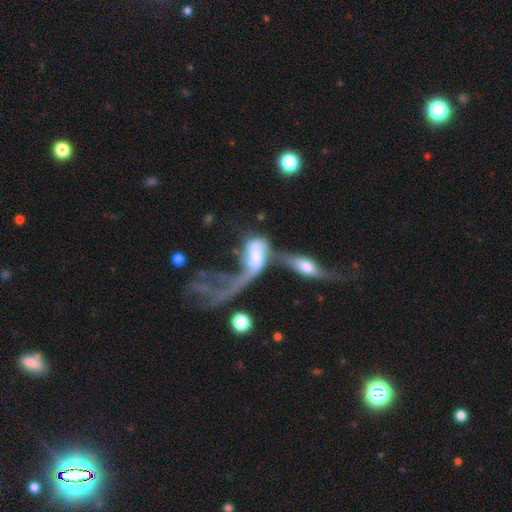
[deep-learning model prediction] A featured or disk galaxy (55%). Merging: merger (63%).